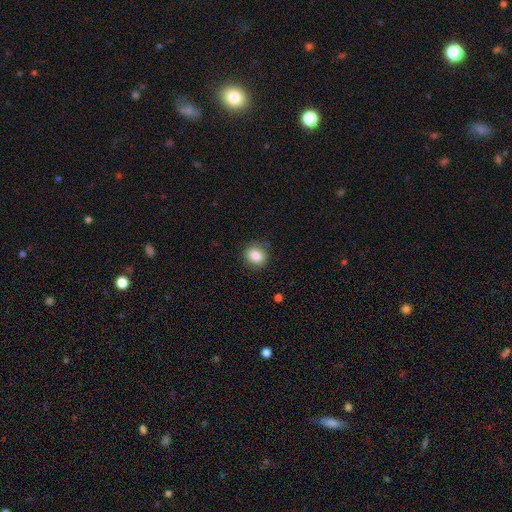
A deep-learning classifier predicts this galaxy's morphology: Smooth or featured? Predicted: smooth (p=0.84). How rounded? Predicted: round (p=0.80). Merging? Predicted: none (p=0.86).